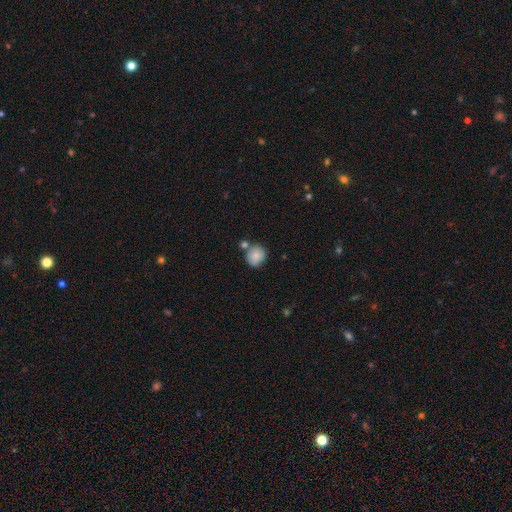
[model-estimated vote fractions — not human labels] smooth-or-featured: smooth: 85% | star or artifact: 8% | featured or disk: 7%
  how-rounded: round: 85% | in between: 14% | cigar-shaped: 1%
  merging: none: 66% | merger: 18% | minor disturbance: 13% | major disturbance: 3%